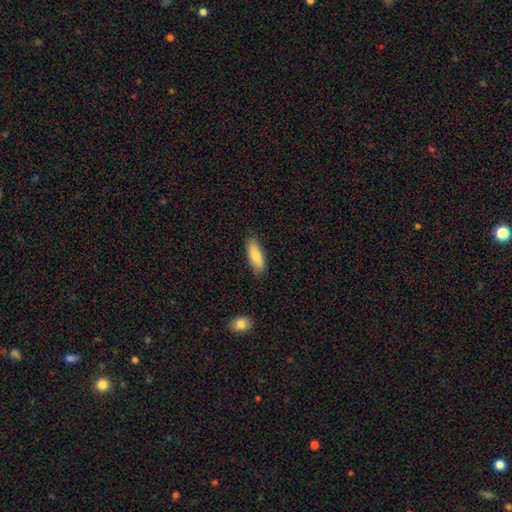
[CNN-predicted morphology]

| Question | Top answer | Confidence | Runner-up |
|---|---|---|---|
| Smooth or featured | smooth | 74% | featured or disk (19%) |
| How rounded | in between | 59% | cigar-shaped (39%) |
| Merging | none | 86% | minor disturbance (11%) |